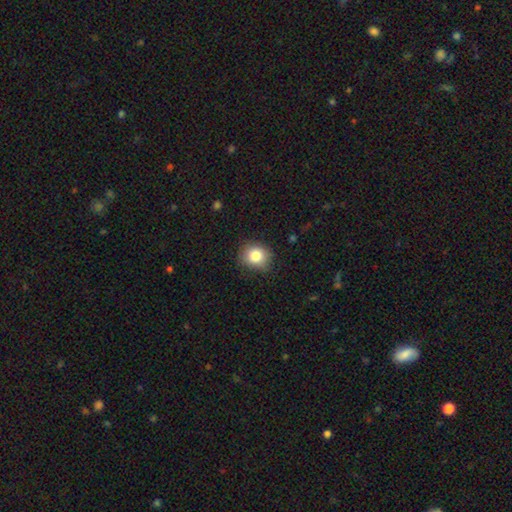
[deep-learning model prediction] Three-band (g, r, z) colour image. It shows a smooth galaxy with no disk features (83%) that is round (75%). Merging: none (81%).